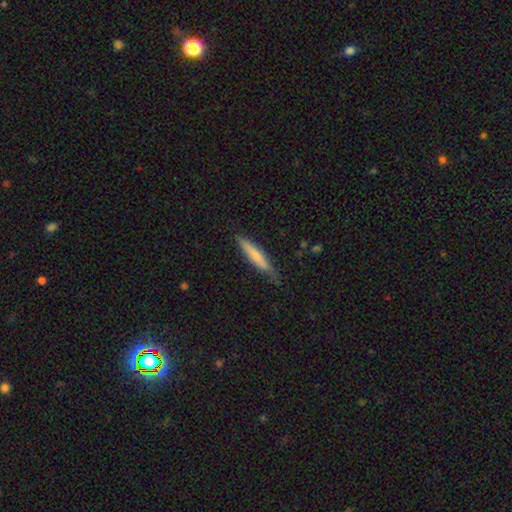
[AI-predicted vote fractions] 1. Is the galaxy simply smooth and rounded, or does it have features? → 68% smooth, 27% featured or disk, 6% star or artifact.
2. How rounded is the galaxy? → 91% cigar-shaped, 8% in between, 1% round.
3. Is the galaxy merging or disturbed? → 75% none, 21% minor disturbance, 3% major disturbance, 1% merger.